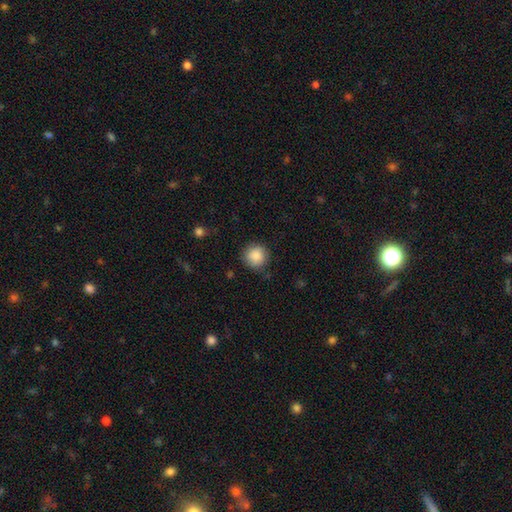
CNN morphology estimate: Smooth or featured?
  - smooth: 87% *
  - star or artifact: 8%
  - featured or disk: 5%
How rounded?
  - round: 93% *
  - in between: 6%
  - cigar-shaped: 1%
Merging?
  - none: 84% *
  - minor disturbance: 12%
  - major disturbance: 3%
  - merger: 1%